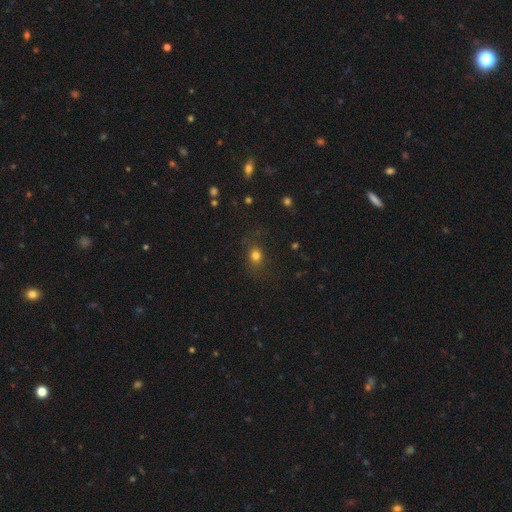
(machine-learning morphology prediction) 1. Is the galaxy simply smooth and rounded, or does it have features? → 77% smooth, 15% star or artifact, 8% featured or disk.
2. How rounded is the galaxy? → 55% round, 43% in between, 2% cigar-shaped.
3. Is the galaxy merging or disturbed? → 77% none, 14% minor disturbance, 7% major disturbance, 2% merger.